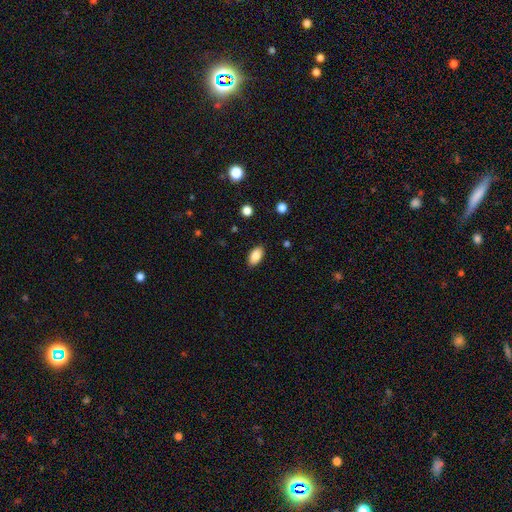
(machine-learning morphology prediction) The model was most divided on "merging": none: 88%, minor disturbance: 9%, major disturbance: 2%, merger: 1%. More confident: how rounded — in between (93%); smooth or featured — smooth (87%).